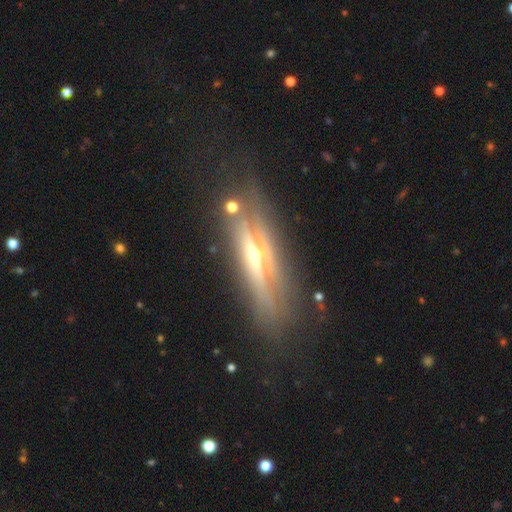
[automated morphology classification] This is likely a featured or disk galaxy (78%). It is clearly viewed edge-on (89%). Edge-on bulge: clearly rounded (86%). Merging: likely none (70%).